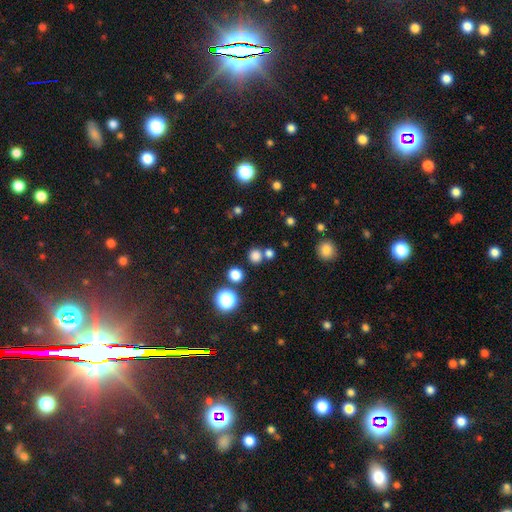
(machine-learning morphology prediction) Overall: smooth (75%). How rounded: round (90%). Merging: none (73%).